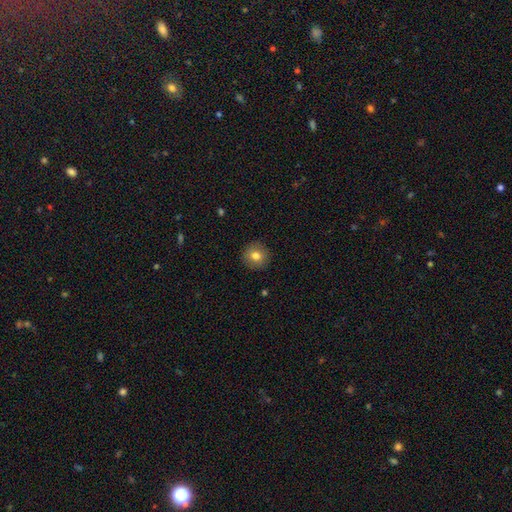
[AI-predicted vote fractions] This is likely a smooth galaxy (80%). How rounded: clearly round (93%). Merging: clearly none (91%).